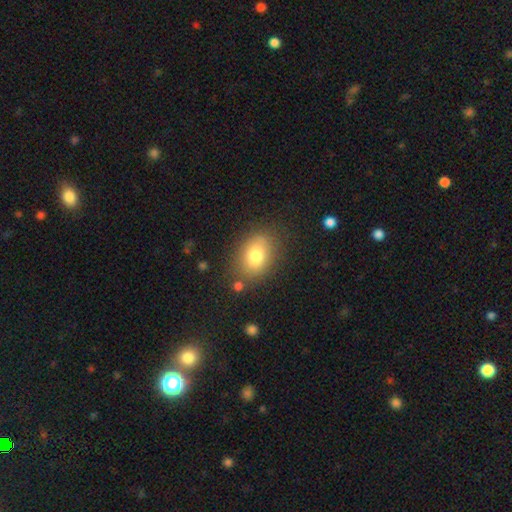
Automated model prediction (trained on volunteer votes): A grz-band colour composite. It shows a smooth galaxy with no disk features (79%) that is in between round and cigar-shaped (77%). Merging: none (78%).